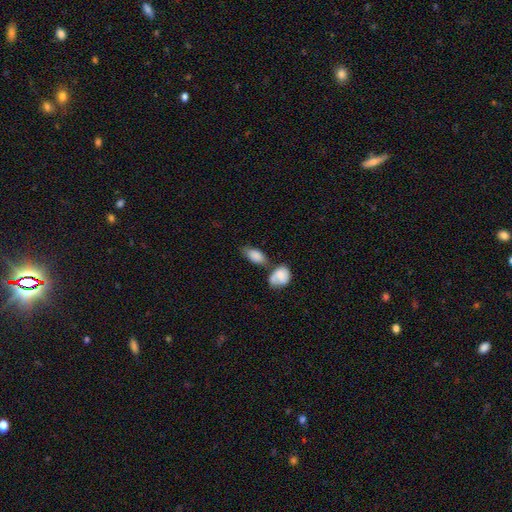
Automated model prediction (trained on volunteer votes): A smooth galaxy with no disk features (84%) that is in between round and cigar-shaped (90%). Merging: none (43%).